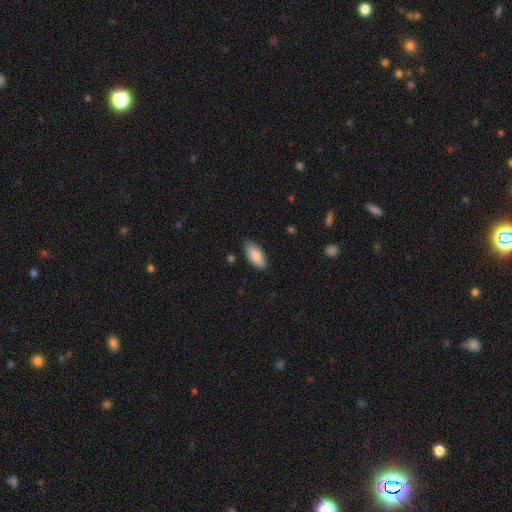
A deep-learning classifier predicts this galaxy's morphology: This appears to be a smooth galaxy with no disk features (87%) that is in between round and cigar-shaped (89%). Merging: none (82%).